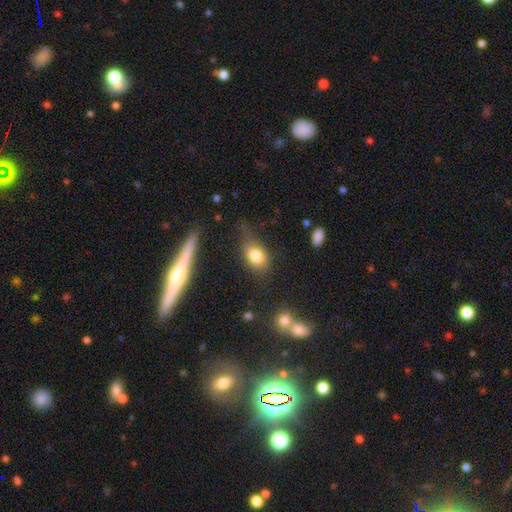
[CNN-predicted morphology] The model was most divided on "merging": none: 62%, minor disturbance: 24%, major disturbance: 10%, merger: 4%. More confident: smooth or featured — smooth (79%); how rounded — in between (76%).